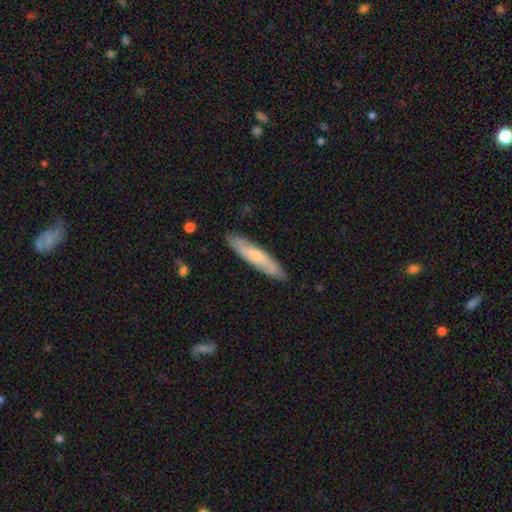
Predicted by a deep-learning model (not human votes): This appears to be a smooth galaxy with no disk features (50%) that is cigar-shaped (87%). Merging: none (86%).